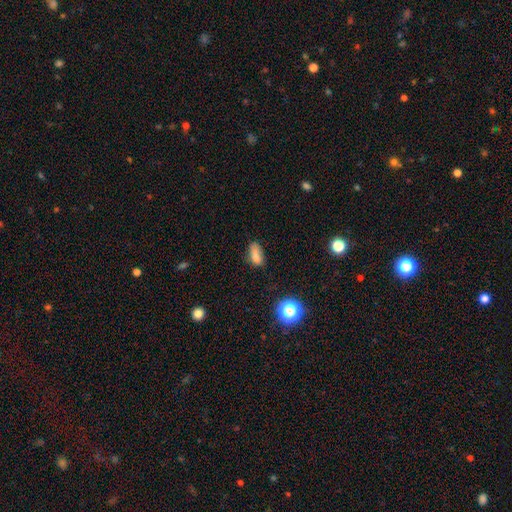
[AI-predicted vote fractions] smooth-or-featured: smooth: 75% | star or artifact: 15% | featured or disk: 11%
  how-rounded: in between: 82% | cigar-shaped: 11% | round: 7%
  merging: none: 52% | minor disturbance: 29% | major disturbance: 11% | merger: 7%